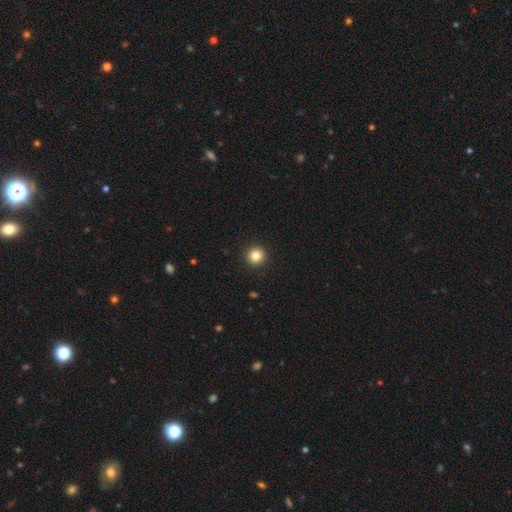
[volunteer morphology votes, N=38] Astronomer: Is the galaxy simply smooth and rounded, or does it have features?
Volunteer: smooth — 82%.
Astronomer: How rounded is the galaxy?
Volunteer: round — 100%.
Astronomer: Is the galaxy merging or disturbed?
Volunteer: none — 97%.